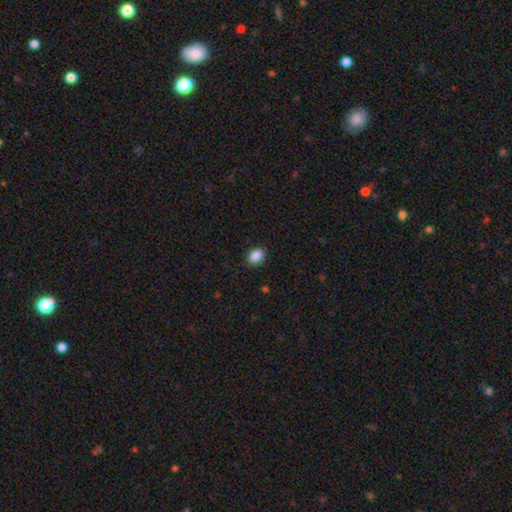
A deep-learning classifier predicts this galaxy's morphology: smooth-or-featured: smooth: 89% | star or artifact: 8% | featured or disk: 3%
  how-rounded: in between: 79% | round: 20% | cigar-shaped: 1%
  merging: none: 87% | minor disturbance: 10% | major disturbance: 2% | merger: 1%